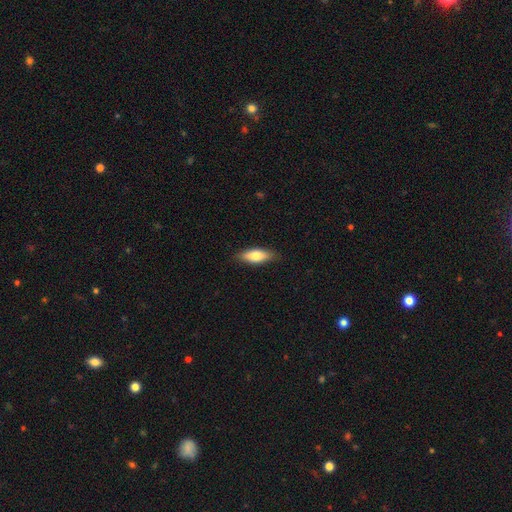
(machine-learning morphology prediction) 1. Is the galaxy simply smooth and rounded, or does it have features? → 73% smooth, 21% featured or disk, 6% star or artifact.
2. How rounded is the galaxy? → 67% in between, 30% cigar-shaped, 3% round.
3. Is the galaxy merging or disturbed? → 85% none, 12% minor disturbance, 2% major disturbance, 1% merger.